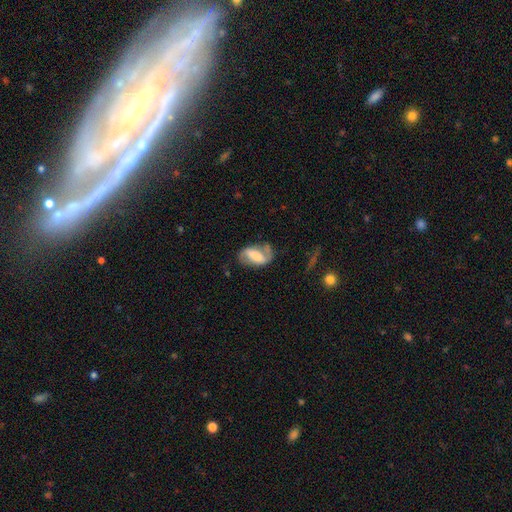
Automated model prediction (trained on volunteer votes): featured or disk 62%, smooth 30%, star or artifact 7%. Down the decision tree: edge-on disk — no (96%); bar — strong (46%); spiral arms — yes (85%); spiral arm count — 2 (81%); spiral winding — loose (40%, tied with medium); bulge size — moderate (28%); merging — none (55%).